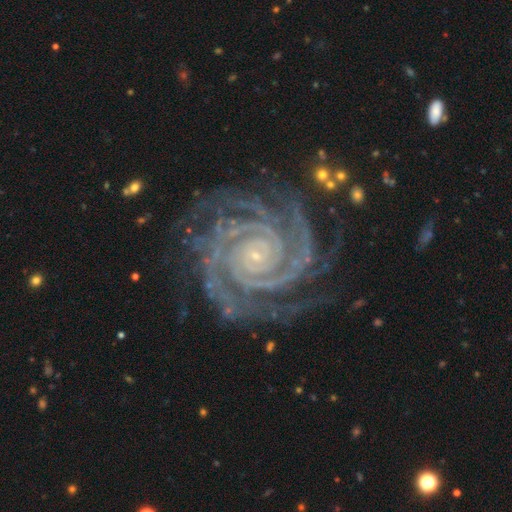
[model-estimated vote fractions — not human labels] Morphology: type=featured or disk (93%); edge-on=no (98%); bar=no (74%); spiral arms=yes (99%); winding=tight (87%); arm count=2 (35%); bulge=small (88%); merging=none (77%).